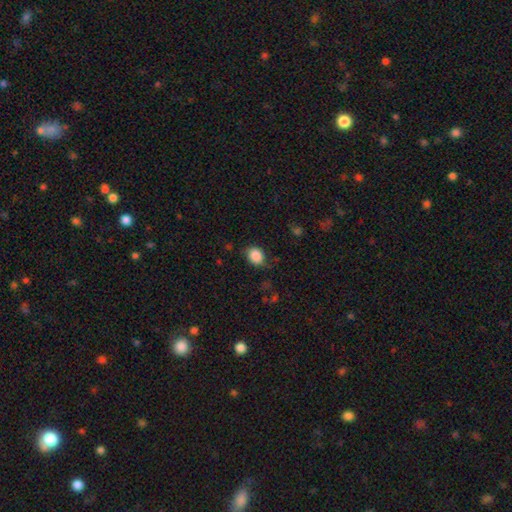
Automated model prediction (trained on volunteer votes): Smooth or featured?
  - smooth: 87% *
  - star or artifact: 9%
  - featured or disk: 4%
How rounded?
  - round: 56% *
  - in between: 43%
  - cigar-shaped: 1%
Merging?
  - none: 75% *
  - minor disturbance: 18%
  - major disturbance: 5%
  - merger: 2%